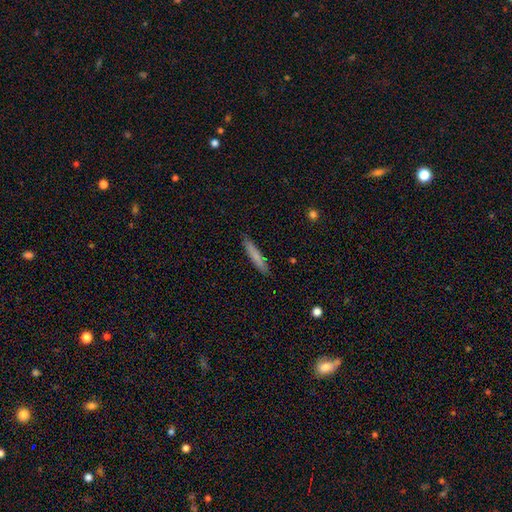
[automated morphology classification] Smooth or featured? Predicted: smooth (p=0.77). How rounded? Predicted: cigar-shaped (p=0.93). Merging? Predicted: none (p=0.89).